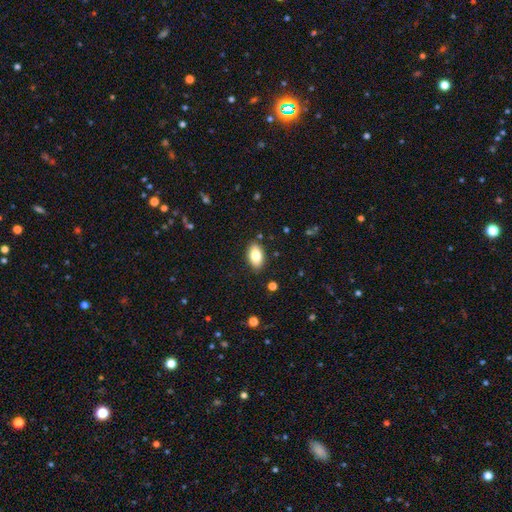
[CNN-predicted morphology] type=smooth (81%); roundness=in between (93%); merging=none (87%).